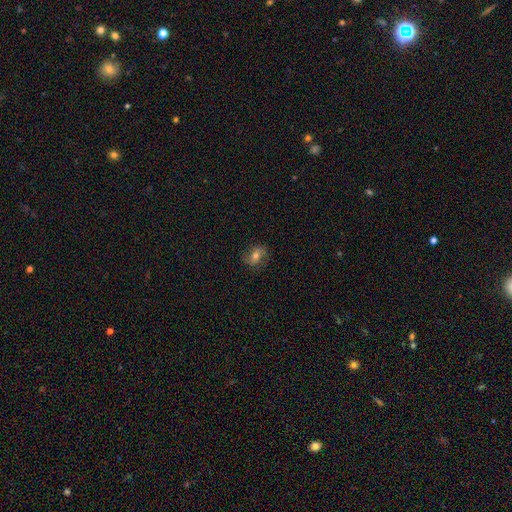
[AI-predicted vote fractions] Morphology: type=smooth (51%); roundness=in between (61%); merging=none (78%).